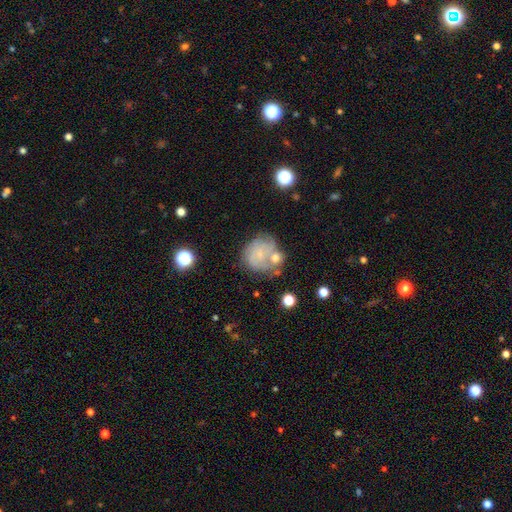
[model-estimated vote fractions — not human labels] A featured or disk galaxy (48%). Merging: none (44%).